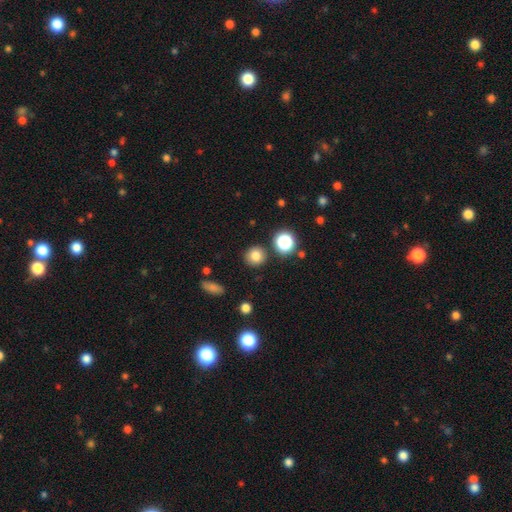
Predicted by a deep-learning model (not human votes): Q: Smooth or featured?
A: smooth (80%); runner-up: star or artifact (13%)
Q: How rounded?
A: round (91%); runner-up: in between (8%)
Q: Merging?
A: none (87%); runner-up: minor disturbance (7%)